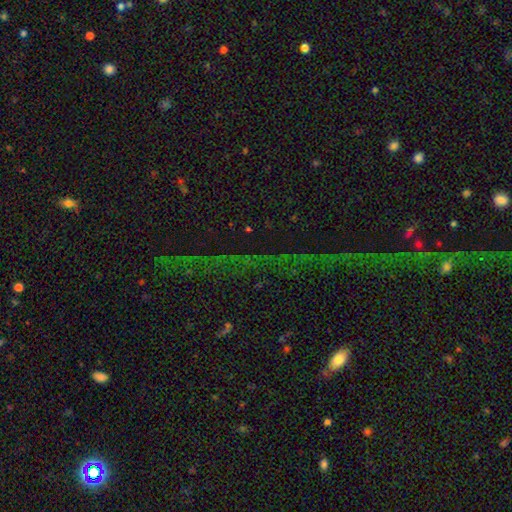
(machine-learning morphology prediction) smooth-or-featured: star or artifact: 77% | featured or disk: 13% | smooth: 10%